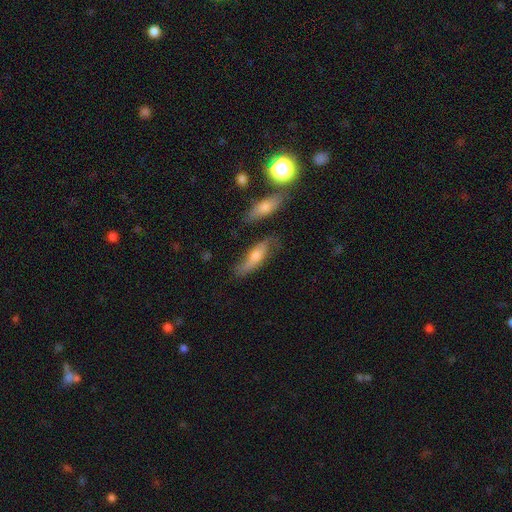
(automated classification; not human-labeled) Overall: smooth (48%; featured or disk 44%). Merging: none (63%; minor disturbance 23%).